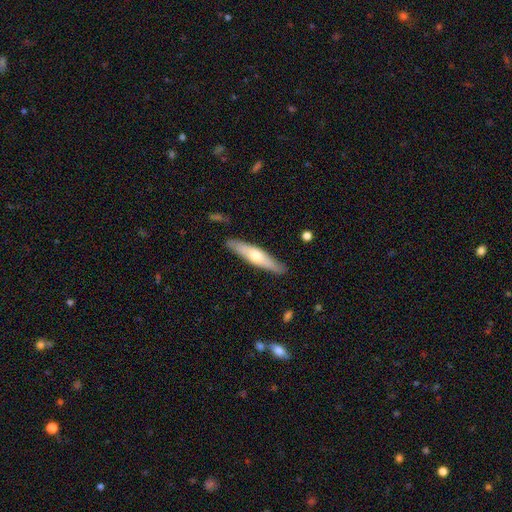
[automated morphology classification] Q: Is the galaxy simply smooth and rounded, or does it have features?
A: featured or disk — 48%.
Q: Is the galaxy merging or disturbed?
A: none — 87%.